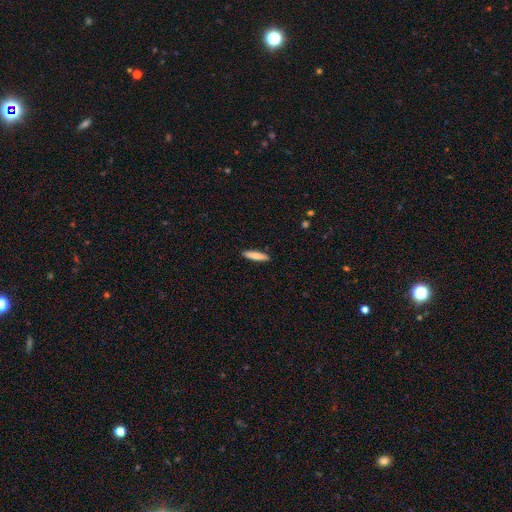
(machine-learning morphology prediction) smooth-or-featured: smooth: 81% | featured or disk: 13% | star or artifact: 6%
  how-rounded: cigar-shaped: 84% | in between: 14% | round: 1%
  merging: none: 91% | minor disturbance: 7% | major disturbance: 1% | merger: 1%